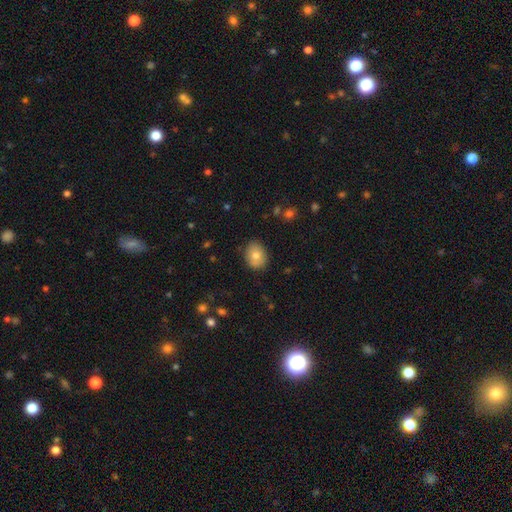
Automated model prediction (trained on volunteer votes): smooth-or-featured: smooth: 77% | featured or disk: 15% | star or artifact: 8%
  how-rounded: in between: 60% | round: 39% | cigar-shaped: 1%
  merging: none: 84% | minor disturbance: 12% | major disturbance: 2% | merger: 1%